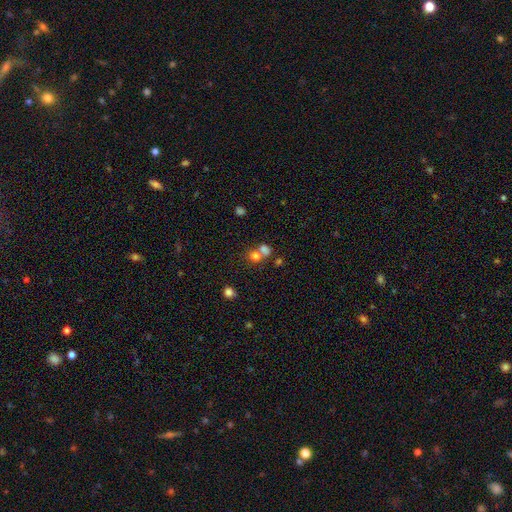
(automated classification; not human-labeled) A smooth galaxy with no disk features (73%) that is round (73%).

Vote fractions:
- Smooth or featured? smooth: 73% / star or artifact: 16% / featured or disk: 11%
- How rounded? round: 73% / in between: 26% / cigar-shaped: 1%
- Merging? merger: 50% / none: 39% / minor disturbance: 7% / major disturbance: 4%